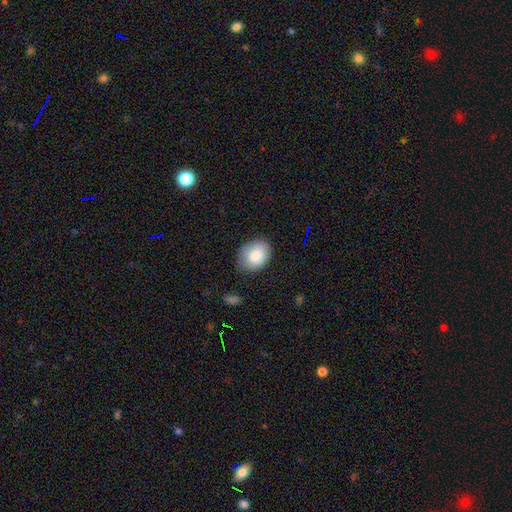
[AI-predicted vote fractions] A smooth galaxy with no disk features (85%) that is in between round and cigar-shaped (64%).

Vote fractions:
- Smooth or featured? smooth: 85% / featured or disk: 9% / star or artifact: 7%
- How rounded? in between: 64% / round: 35% / cigar-shaped: 1%
- Merging? none: 77% / minor disturbance: 18% / major disturbance: 4% / merger: 1%